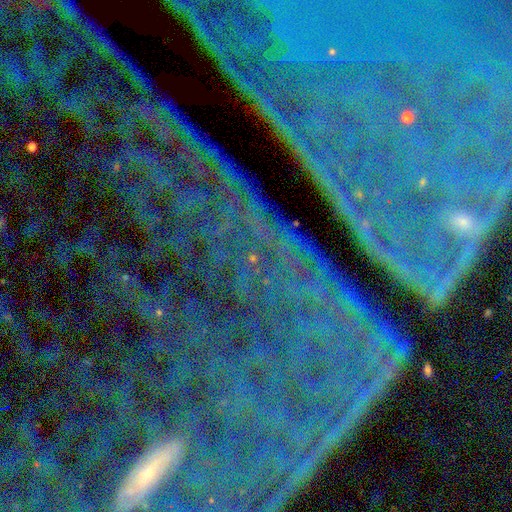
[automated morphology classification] Smooth or featured: star or artifact — 84% (featured or disk — 9%)